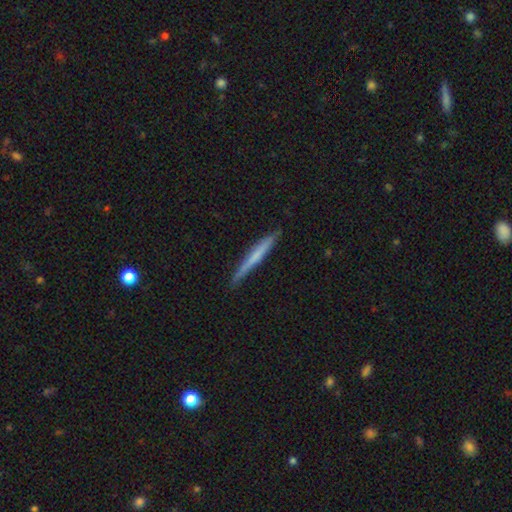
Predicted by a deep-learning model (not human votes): This appears to be a smooth galaxy with no disk features (52%) that is cigar-shaped (96%). Merging: none (86%).